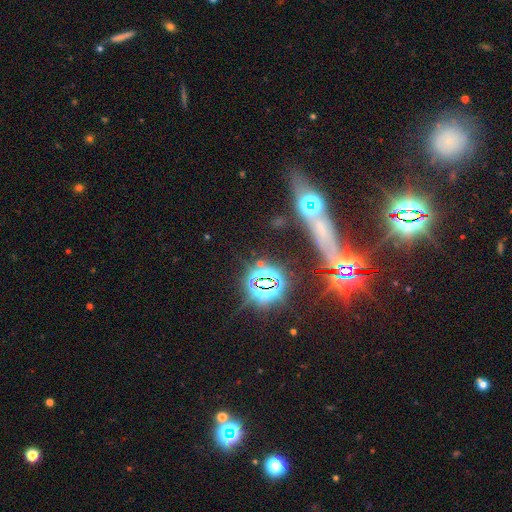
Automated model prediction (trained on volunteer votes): star or artifact 54%, smooth 24%, featured or disk 21%.